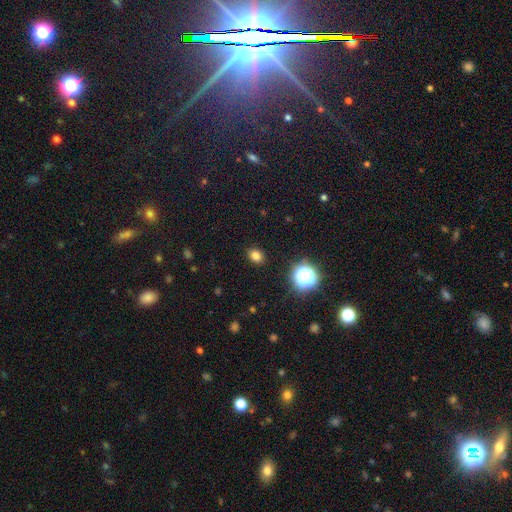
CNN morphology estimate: A smooth galaxy with no disk features (78%) that is in between round and cigar-shaped (52%). Merging: none (89%).